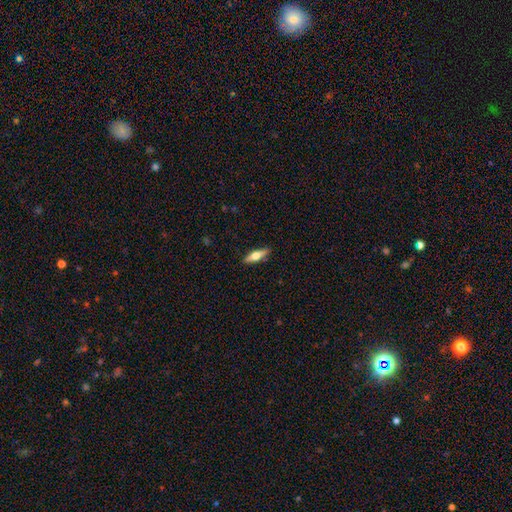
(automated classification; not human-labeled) Q: Smooth or featured?
A: featured or disk (51%); runner-up: smooth (43%)
Q: Edge-on disk?
A: yes (93%); runner-up: no (7%)
Q: Merging?
A: none (90%); runner-up: minor disturbance (8%)